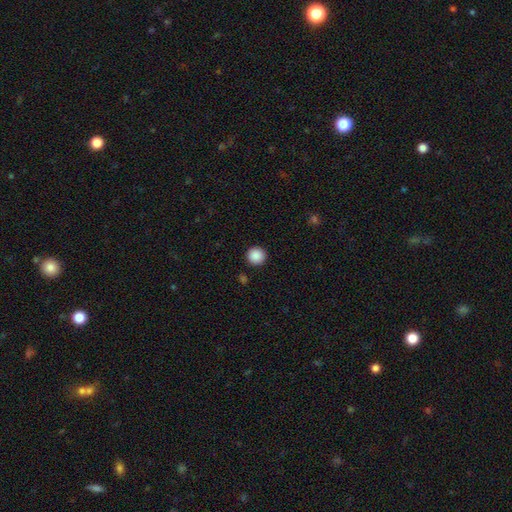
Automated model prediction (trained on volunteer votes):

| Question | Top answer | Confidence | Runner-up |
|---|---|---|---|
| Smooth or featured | smooth | 88% | star or artifact (9%) |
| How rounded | round | 95% | in between (4%) |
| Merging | none | 92% | minor disturbance (5%) |